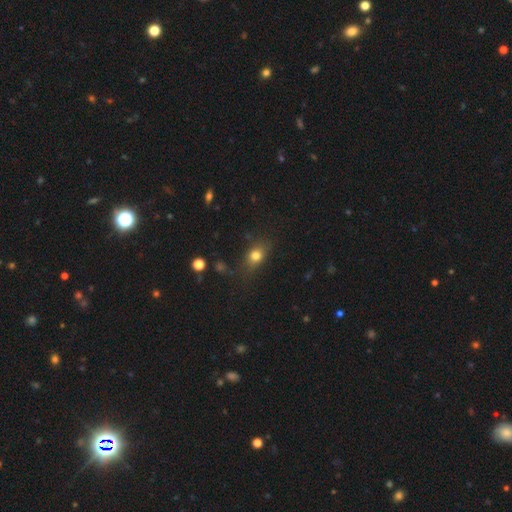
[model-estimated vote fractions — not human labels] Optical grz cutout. It shows a smooth galaxy with no disk features (77%) that is in between round and cigar-shaped (60%). Merging: none (71%).